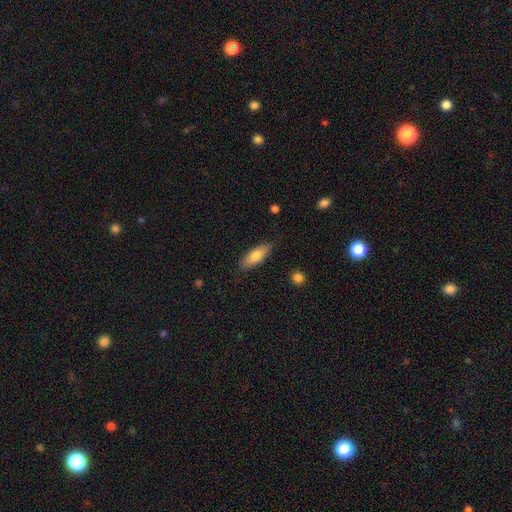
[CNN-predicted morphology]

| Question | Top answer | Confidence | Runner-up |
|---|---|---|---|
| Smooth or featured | smooth | 77% | featured or disk (17%) |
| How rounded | in between | 68% | cigar-shaped (30%) |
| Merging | none | 85% | minor disturbance (11%) |